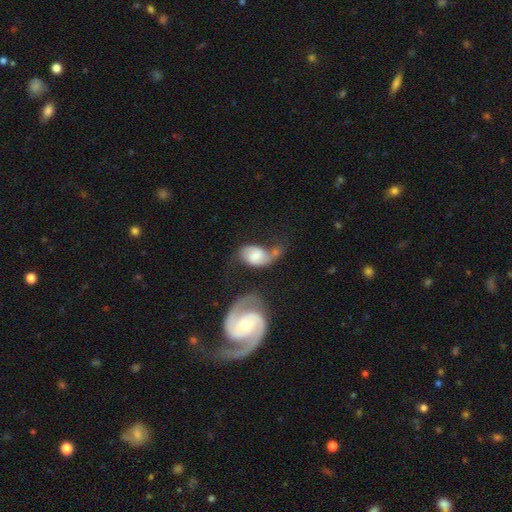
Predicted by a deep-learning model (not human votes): Morphology: type=featured or disk (59%); edge-on=no (97%); bar=no (47%); spiral arms=yes (89%); winding=loose (43%); arm count=2 (81%); bulge=small (38%); merging=merger (35%).